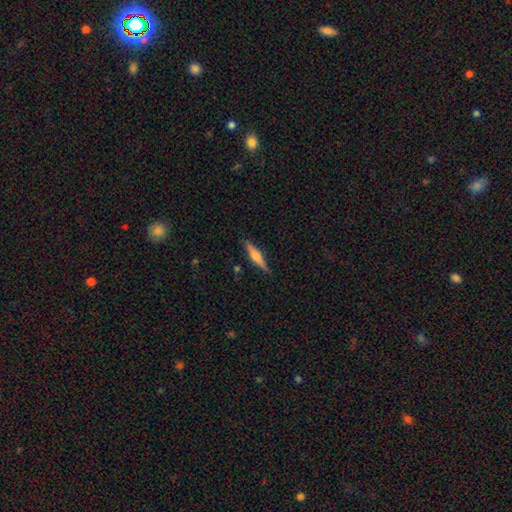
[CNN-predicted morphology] Smooth or featured: featured or disk — 60% (smooth — 34%)
Edge-on disk: yes — 97% (no — 3%)
Edge-on bulge: rounded — 83% (boxy — 11%)
Merging: none — 89% (minor disturbance — 8%)